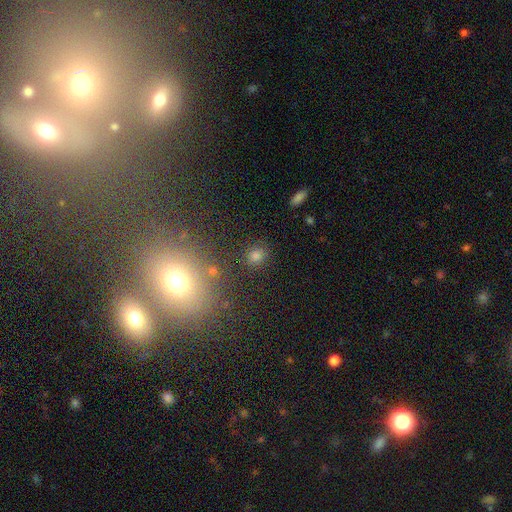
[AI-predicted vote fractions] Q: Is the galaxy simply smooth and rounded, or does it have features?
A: smooth — 75%.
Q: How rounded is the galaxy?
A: round — 75%.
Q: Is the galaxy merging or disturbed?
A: none — 86%.